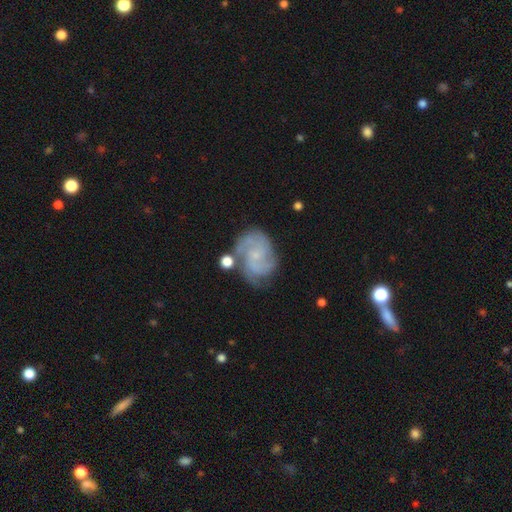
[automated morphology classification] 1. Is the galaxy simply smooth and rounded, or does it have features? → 80% featured or disk, 13% smooth, 7% star or artifact.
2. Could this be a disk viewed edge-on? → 98% no, 2% yes.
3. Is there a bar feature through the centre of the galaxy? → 64% no, 31% weak, 5% strong.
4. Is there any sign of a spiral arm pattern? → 94% yes, 6% no.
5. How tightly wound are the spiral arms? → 47% medium, 38% tight, 16% loose.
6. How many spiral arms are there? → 34% 2, 31% 3, 19% can't tell, 7% 4, 5% 1, 5% more than 4.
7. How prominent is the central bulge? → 68% small, 17% none, 13% moderate, 1% large, 1% dominant.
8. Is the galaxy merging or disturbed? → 62% none, 21% minor disturbance, 9% major disturbance, 8% merger.